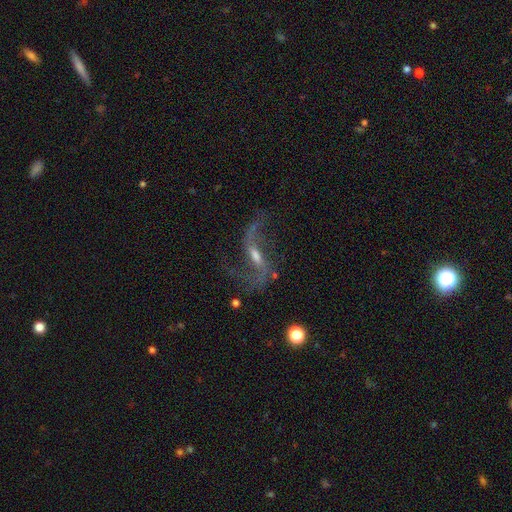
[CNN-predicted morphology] type=featured or disk (87%); edge-on=no (94%); bar=weak (50%); spiral arms=yes (95%); winding=loose (88%); arm count=2 (93%); bulge=moderate (44%); merging=none (65%).